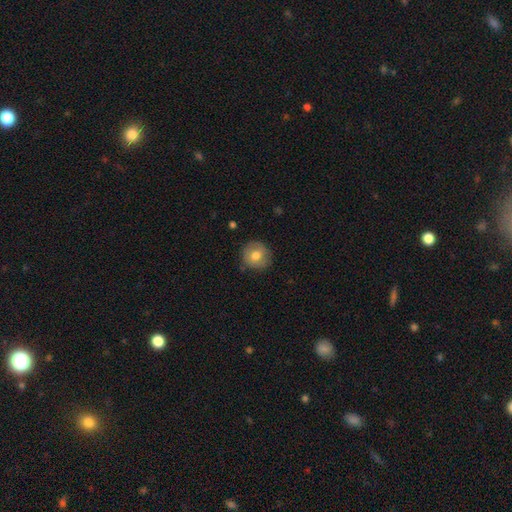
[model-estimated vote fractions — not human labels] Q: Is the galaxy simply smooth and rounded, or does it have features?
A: smooth — 72%.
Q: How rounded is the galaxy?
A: round — 91%.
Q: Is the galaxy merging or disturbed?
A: none — 83%.